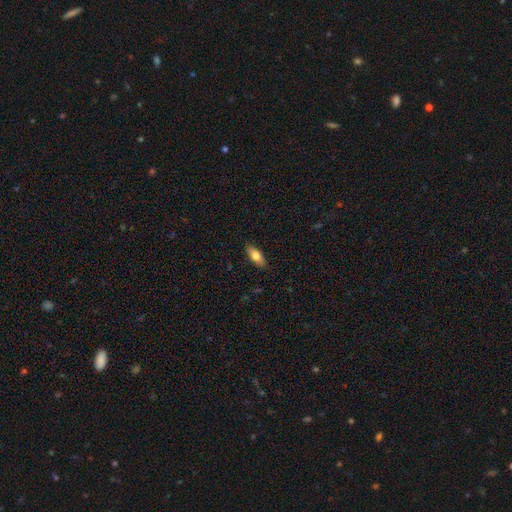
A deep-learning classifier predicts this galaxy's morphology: Smooth or featured? smooth (75%)
How rounded? in between (79%)
Merging? none (87%)